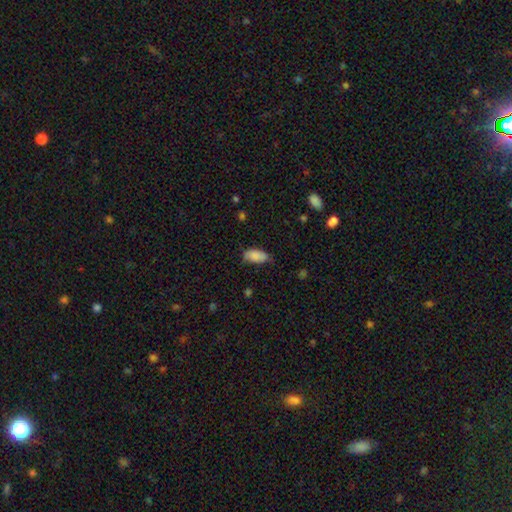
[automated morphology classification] This appears to be a smooth galaxy with no disk features (86%) that is in between round and cigar-shaped (93%). Merging: none (66%).